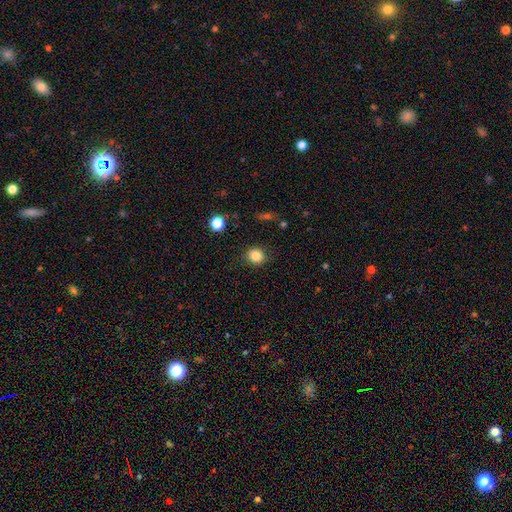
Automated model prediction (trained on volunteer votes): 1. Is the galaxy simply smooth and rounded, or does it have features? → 84% smooth, 11% star or artifact, 5% featured or disk.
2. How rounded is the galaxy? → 82% round, 17% in between, 1% cigar-shaped.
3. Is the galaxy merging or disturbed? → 87% none, 9% minor disturbance, 3% major disturbance, 1% merger.